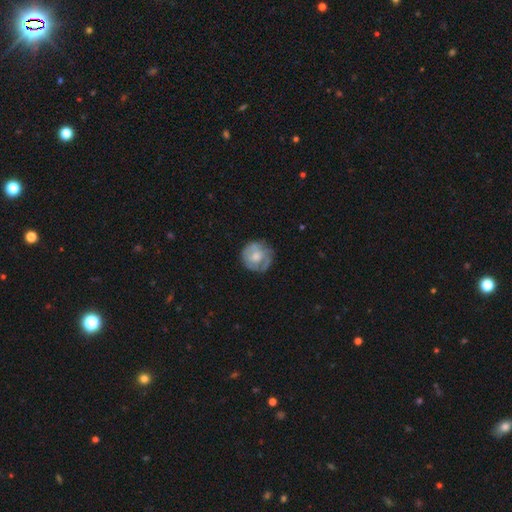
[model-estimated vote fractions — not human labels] A featured or disk galaxy (47%, tied with smooth). Merging: none (68%).